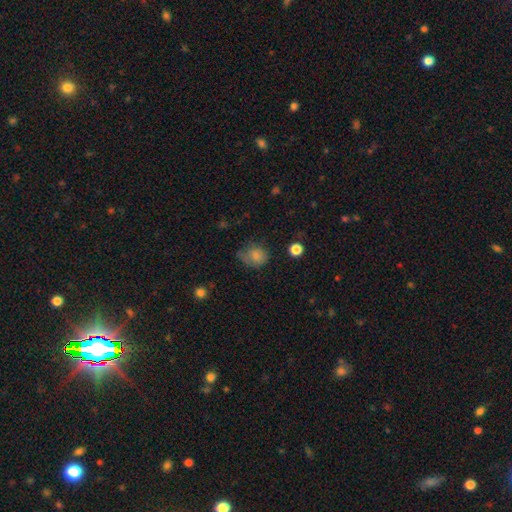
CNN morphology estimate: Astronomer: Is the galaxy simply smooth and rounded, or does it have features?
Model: smooth — 80%.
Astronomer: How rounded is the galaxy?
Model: round — 62% (runner-up: in between, 37%).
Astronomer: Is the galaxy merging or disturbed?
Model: none — 46% (runner-up: minor disturbance, 35%).